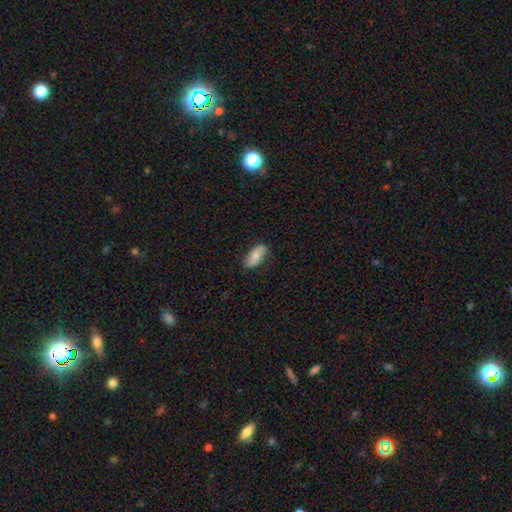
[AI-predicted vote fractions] This is likely a smooth galaxy (64%). How rounded: clearly in between (86%). Merging: likely none (78%).